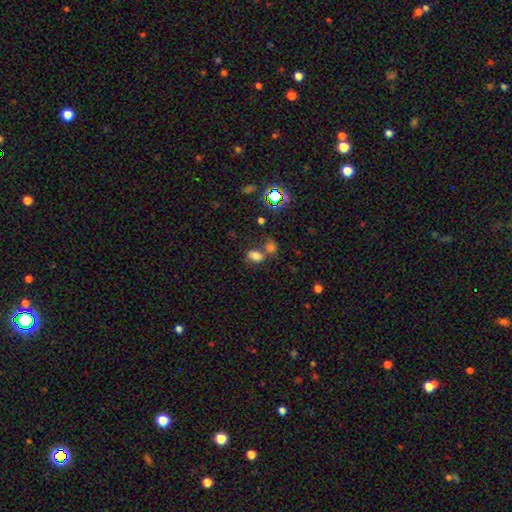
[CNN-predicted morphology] Smooth or featured? Predicted: smooth (p=0.72). How rounded? Predicted: in between (p=0.83). Merging? Predicted: none (p=0.47).